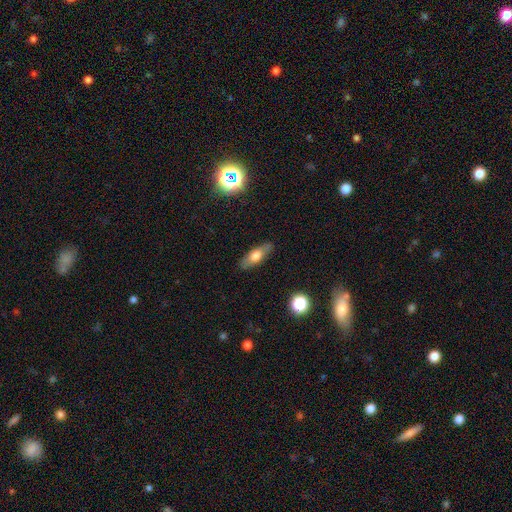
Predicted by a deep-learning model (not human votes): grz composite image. It shows a smooth galaxy with no disk features (60%) that is in between round and cigar-shaped (58%). Merging: none (85%).